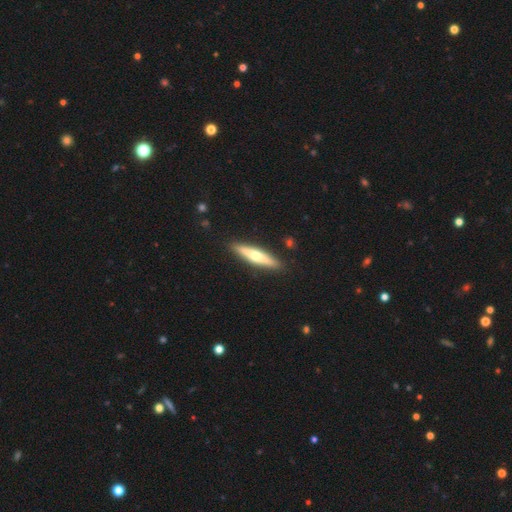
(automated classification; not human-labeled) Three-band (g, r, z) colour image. It shows a featured or disk galaxy (48%). Merging: none (89%).